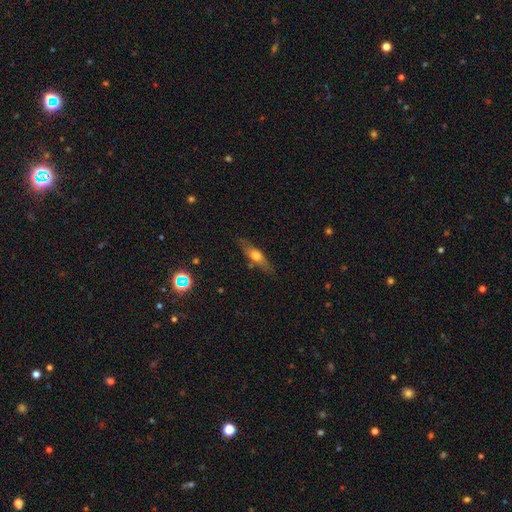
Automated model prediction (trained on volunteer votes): Q: Smooth or featured?
A: smooth (50%); runner-up: featured or disk (42%)
Q: How rounded?
A: cigar-shaped (62%); runner-up: in between (35%)
Q: Merging?
A: none (80%); runner-up: minor disturbance (14%)